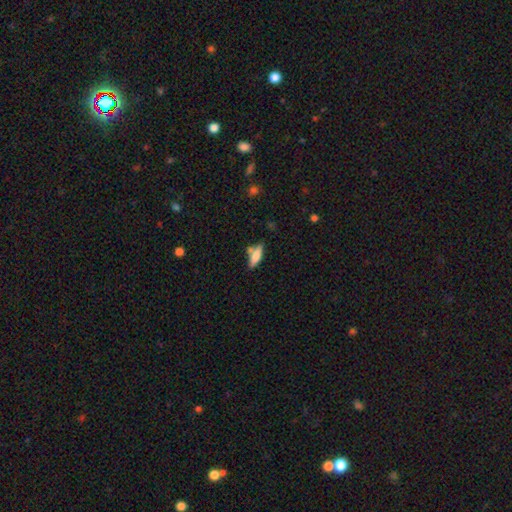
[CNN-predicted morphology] Smooth or featured?
  - smooth: 77% *
  - featured or disk: 16%
  - star or artifact: 7%
How rounded?
  - cigar-shaped: 49% * (tied)
  - in between: 49% * (tied)
  - round: 2%
Merging?
  - none: 63% *
  - minor disturbance: 17%
  - merger: 16%
  - major disturbance: 4%